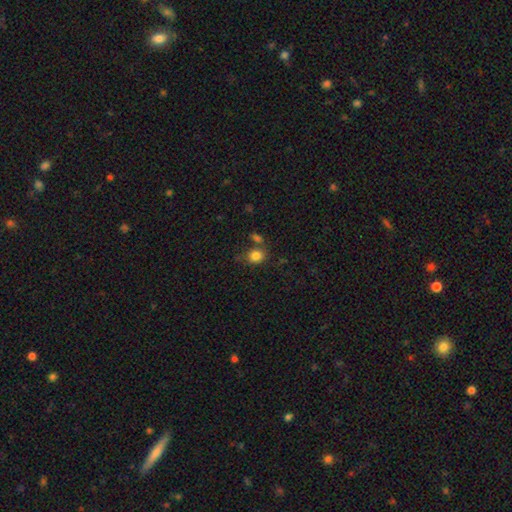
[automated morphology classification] Smooth or featured?
  - smooth: 83% *
  - star or artifact: 11%
  - featured or disk: 6%
How rounded?
  - round: 68% *
  - in between: 31%
  - cigar-shaped: 1%
Merging?
  - none: 63% *
  - merger: 17%
  - minor disturbance: 15%
  - major disturbance: 5%